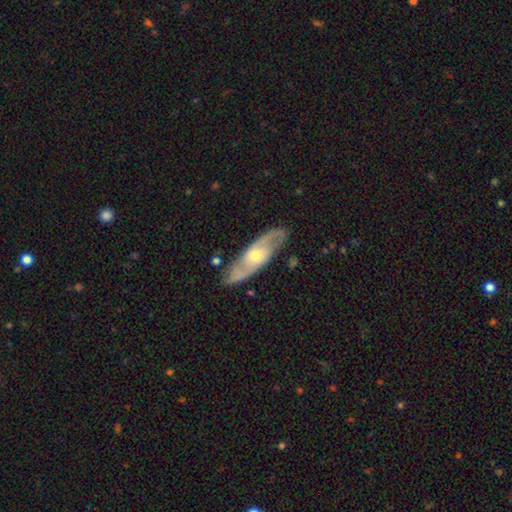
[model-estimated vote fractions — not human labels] featured or disk 73%, smooth 22%, star or artifact 5%. Down the decision tree: edge-on disk — no (75%); bar — no (63%); spiral arms — yes (81%); bulge size — moderate (62%); merging — none (83%).